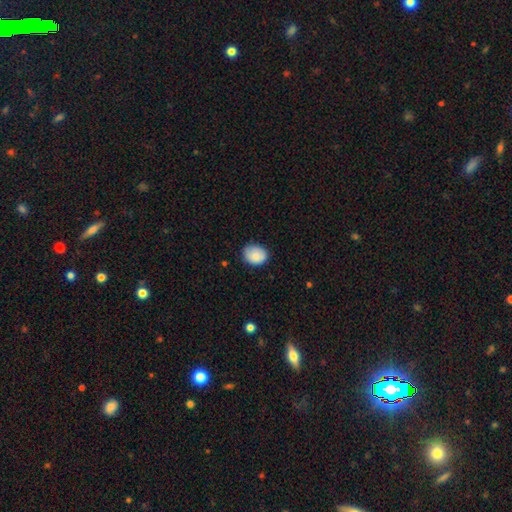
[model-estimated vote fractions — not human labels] smooth 86%, star or artifact 7%, featured or disk 7%. Down the decision tree: how rounded — in between (57%); merging — none (77%).